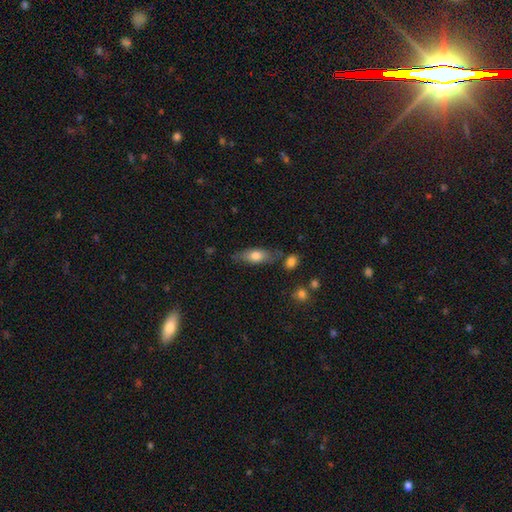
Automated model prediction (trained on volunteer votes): Q: Smooth or featured?
A: smooth (72%); runner-up: featured or disk (21%)
Q: How rounded?
A: in between (77%); runner-up: cigar-shaped (19%)
Q: Merging?
A: none (67%); runner-up: minor disturbance (21%)